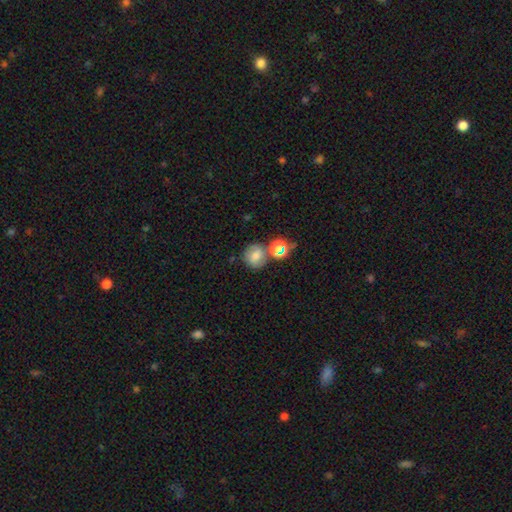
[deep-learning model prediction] This appears to be a smooth galaxy with no disk features (61%) that is round (83%). Merging: none (63%).